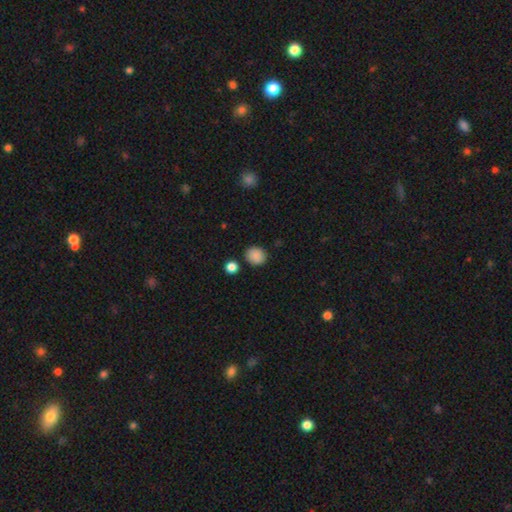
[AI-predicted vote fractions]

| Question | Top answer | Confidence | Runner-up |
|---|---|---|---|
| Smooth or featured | smooth | 87% | star or artifact (9%) |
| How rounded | round | 78% | in between (21%) |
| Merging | none | 84% | minor disturbance (10%) |